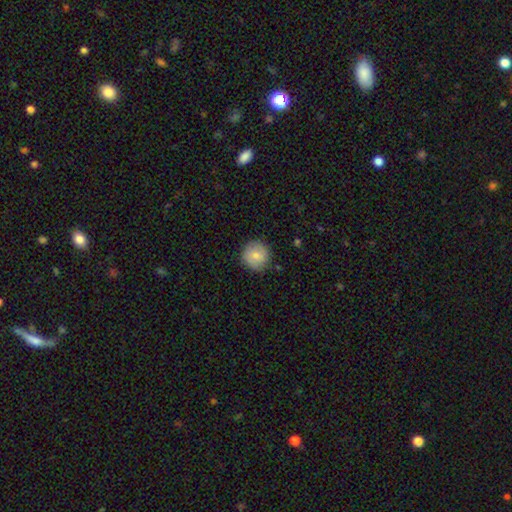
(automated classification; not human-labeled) Smooth or featured? Predicted: smooth (p=0.80). How rounded? Predicted: round (p=0.94). Merging? Predicted: none (p=0.85).